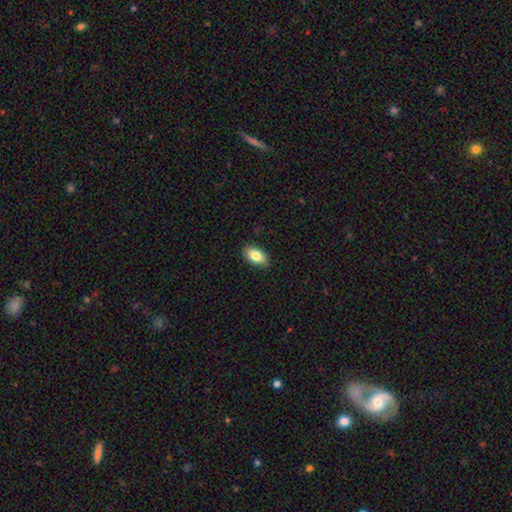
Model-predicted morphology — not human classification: Smooth or featured? smooth (83%)
How rounded? in between (92%)
Merging? none (87%)